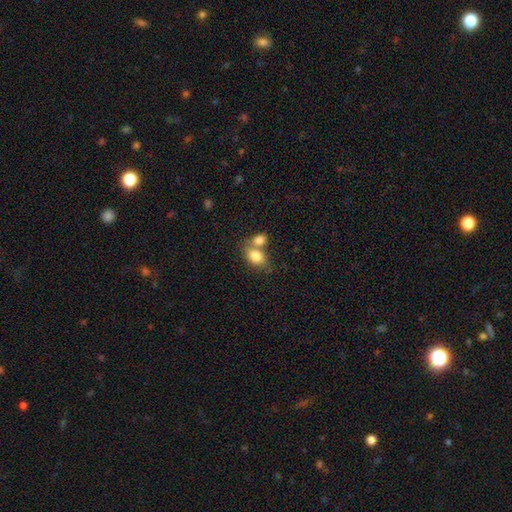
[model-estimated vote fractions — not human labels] Morphology: type=smooth (81%); roundness=in between (78%); merging=merger (52%).